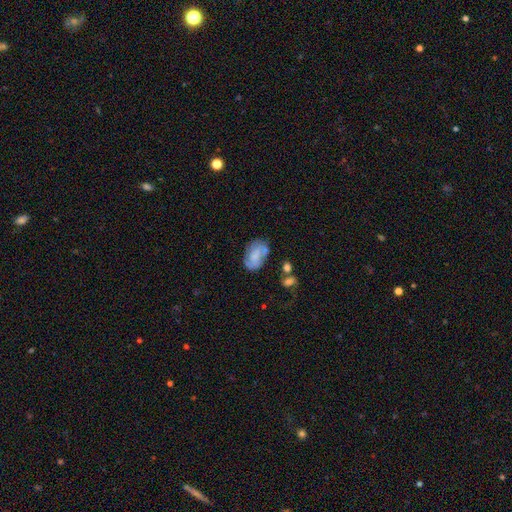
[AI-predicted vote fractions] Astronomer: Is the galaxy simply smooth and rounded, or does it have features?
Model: smooth — 52% (runner-up: featured or disk, 40%).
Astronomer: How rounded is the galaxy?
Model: in between — 87%.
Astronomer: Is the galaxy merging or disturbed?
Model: none — 55%.